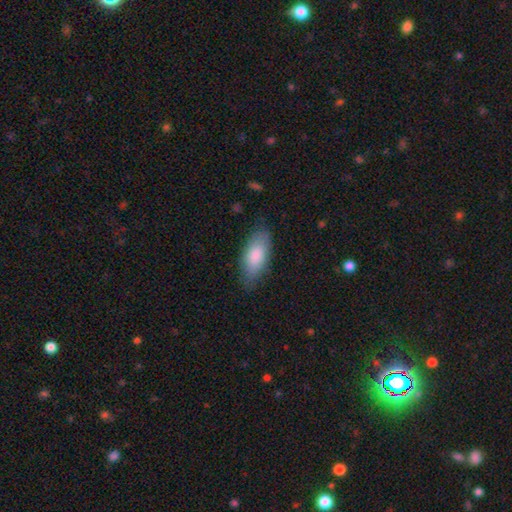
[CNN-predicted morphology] smooth_or_featured: smooth (p=0.84) [alt: featured or disk p=0.10]
how_rounded: in between (p=0.86) [alt: cigar-shaped p=0.12]
merging: none (p=0.80) [alt: minor disturbance p=0.15]